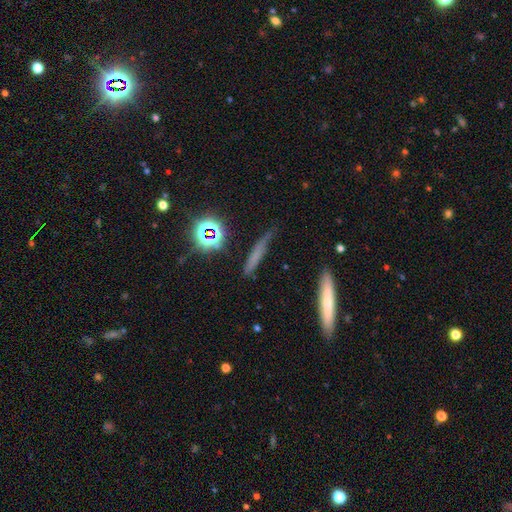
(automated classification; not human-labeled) Smooth or featured? smooth (55%)
How rounded? cigar-shaped (86%)
Merging? none (71%)